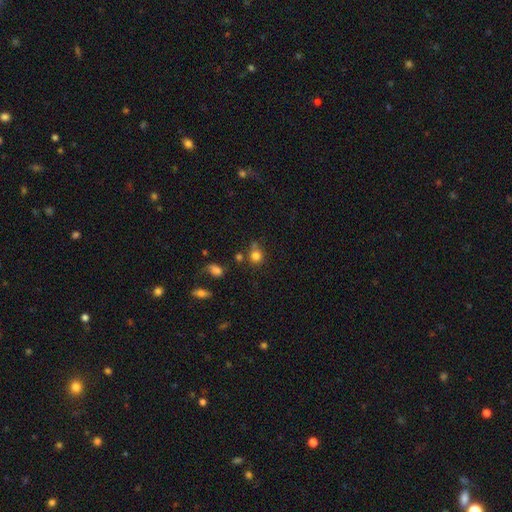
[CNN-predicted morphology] This appears to be a smooth galaxy with no disk features (80%) that is round (79%). Merging: none (59%).